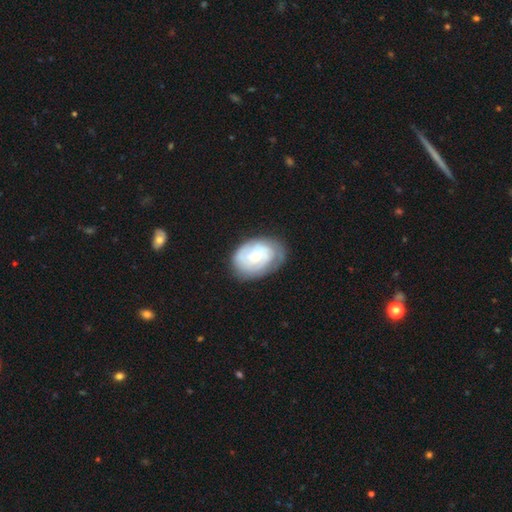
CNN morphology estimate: smooth_or_featured: featured or disk (p=0.68) [alt: smooth p=0.26]
disk_edge_on: no (p=0.97) [alt: yes p=0.03]
bar: no (p=0.74) [alt: weak p=0.22]
has_spiral_arms: yes (p=0.90) [alt: no p=0.10]
spiral_winding: tight (p=0.68) [alt: medium p=0.25]
spiral_arm_count: can't tell (p=0.41) [alt: 2 p=0.26]
bulge_size: small (p=0.66) [alt: moderate p=0.23]
merging: none (p=0.69) [alt: minor disturbance p=0.21]